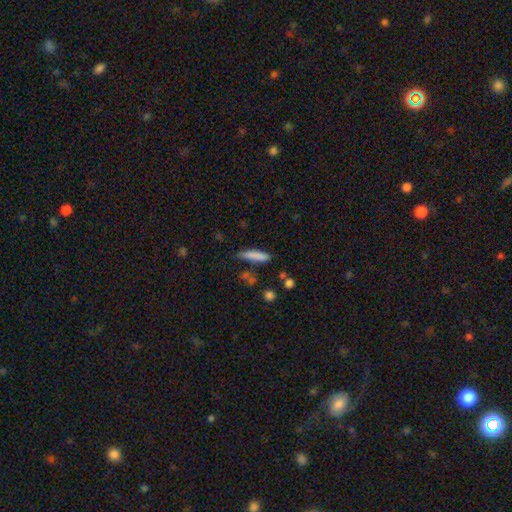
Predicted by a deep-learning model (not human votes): Smooth or featured: smooth — 81% (featured or disk — 11%)
How rounded: cigar-shaped — 82% (in between — 16%)
Merging: none — 73% (minor disturbance — 18%)